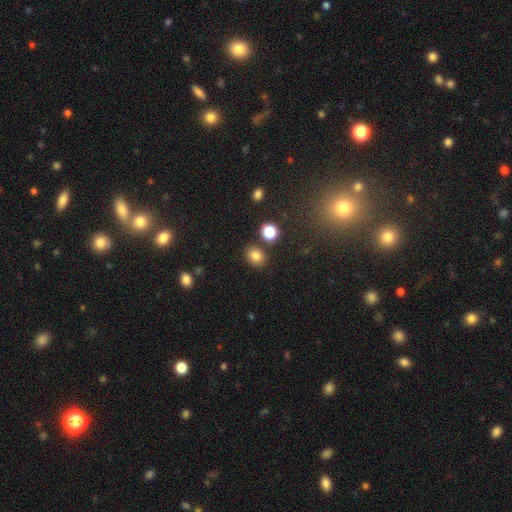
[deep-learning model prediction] Smooth or featured?
  - smooth: 81% *
  - star or artifact: 13%
  - featured or disk: 6%
How rounded?
  - round: 53% *
  - in between: 46%
  - cigar-shaped: 1%
Merging?
  - none: 80% *
  - minor disturbance: 9%
  - merger: 8%
  - major disturbance: 3%